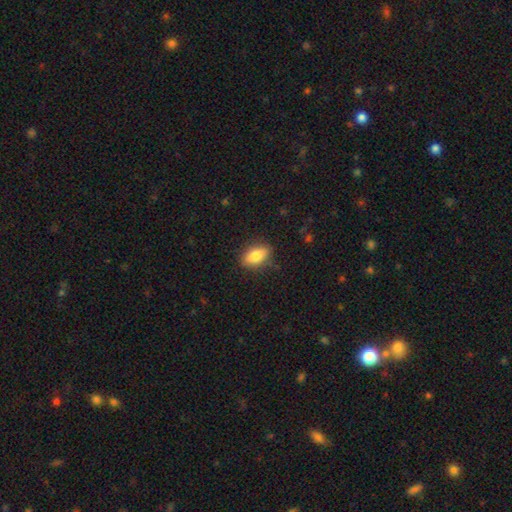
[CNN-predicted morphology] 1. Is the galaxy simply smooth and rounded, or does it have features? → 79% smooth, 14% featured or disk, 7% star or artifact.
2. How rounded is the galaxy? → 84% in between, 9% cigar-shaped, 7% round.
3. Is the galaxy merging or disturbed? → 82% none, 14% minor disturbance, 3% major disturbance, 1% merger.